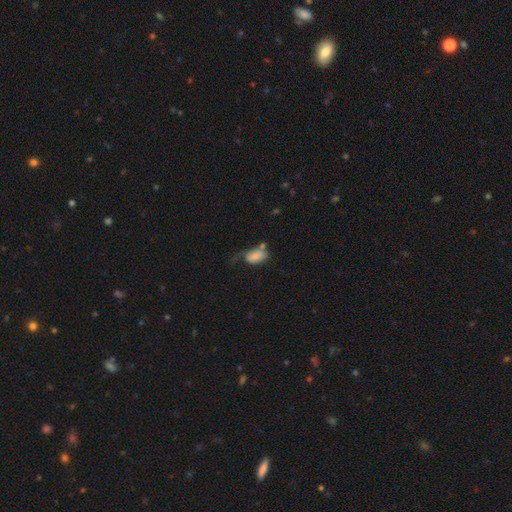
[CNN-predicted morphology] A smooth galaxy with no disk features (76%) that is in between round and cigar-shaped (91%). Merging: major disturbance (36%).